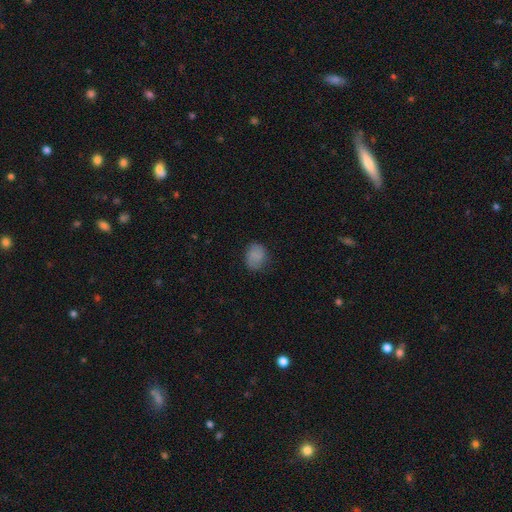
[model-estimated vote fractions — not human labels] Smooth or featured? smooth (74%)
How rounded? round (57%)
Merging? none (73%)